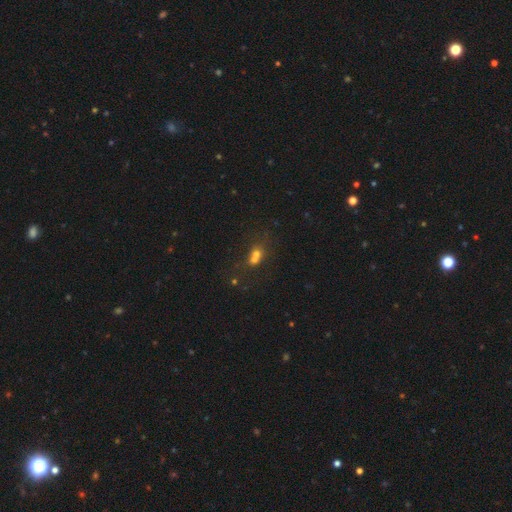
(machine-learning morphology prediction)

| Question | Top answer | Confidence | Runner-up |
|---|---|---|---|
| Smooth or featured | smooth | 59% | star or artifact (21%) |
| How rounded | round | 70% | in between (28%) |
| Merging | merger | 61% | none (29%) |